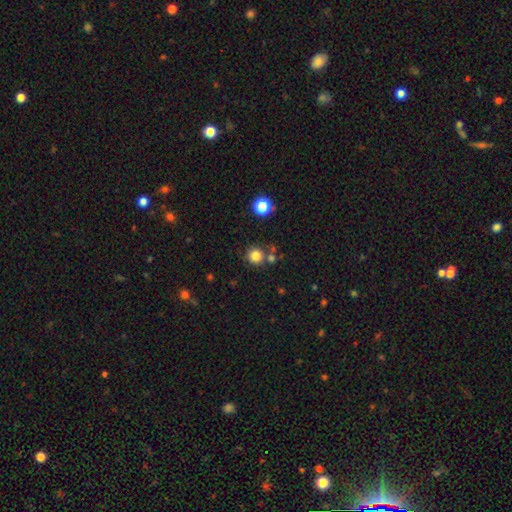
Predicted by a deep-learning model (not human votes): The model was most divided on "merging": none: 76%, merger: 12%, minor disturbance: 9%, major disturbance: 3%. More confident: how rounded — round (93%); smooth or featured — smooth (82%).